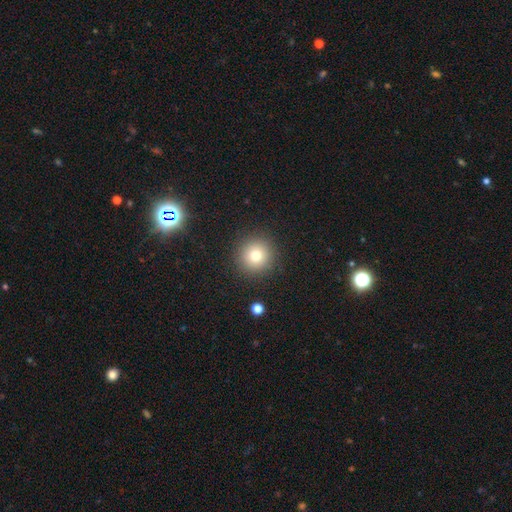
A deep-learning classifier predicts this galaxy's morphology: type=smooth (78%); roundness=round (95%); merging=none (90%).